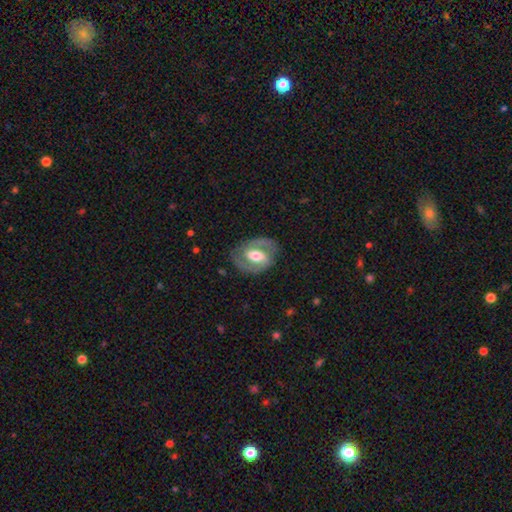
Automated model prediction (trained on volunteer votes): A featured or disk galaxy (78%) with a weak bar (41%), 2 (88%) medium (51%) spiral arms (84%) and a moderate central bulge (65%). Merging: none (78%).